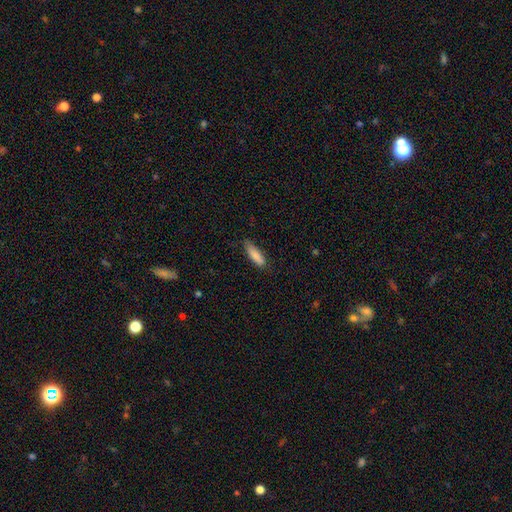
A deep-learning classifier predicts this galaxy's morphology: Smooth or featured?
  - smooth: 86% *
  - featured or disk: 8%
  - star or artifact: 6%
How rounded?
  - cigar-shaped: 57% *
  - in between: 41%
  - round: 1%
Merging?
  - none: 72% *
  - minor disturbance: 23%
  - major disturbance: 4%
  - merger: 1%